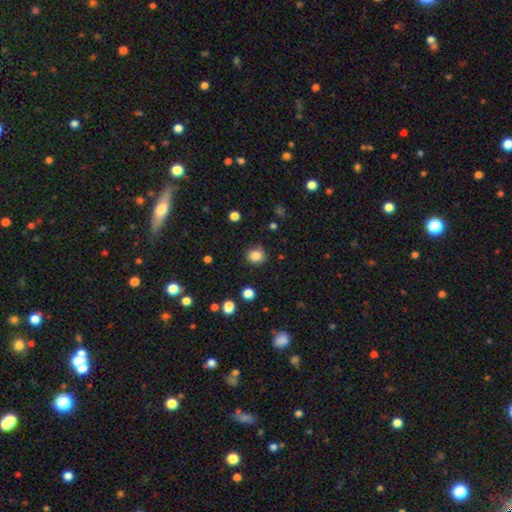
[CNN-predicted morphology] A smooth galaxy with no disk features (85%) that is round (82%). Merging: none (87%).